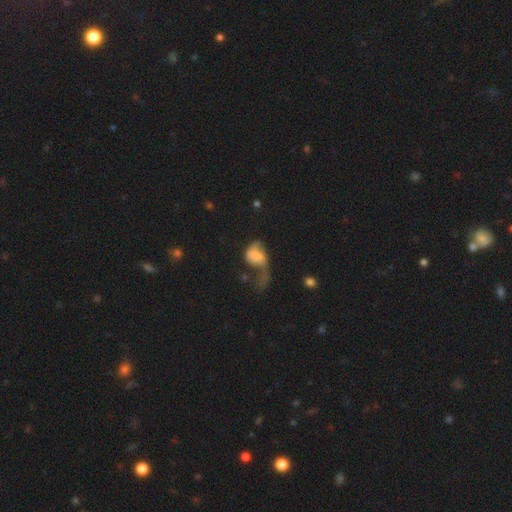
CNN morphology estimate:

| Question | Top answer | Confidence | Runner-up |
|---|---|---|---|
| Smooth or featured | smooth | 57% | featured or disk (34%) |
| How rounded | in between | 70% | round (28%) |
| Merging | major disturbance | 63% | minor disturbance (13%) |